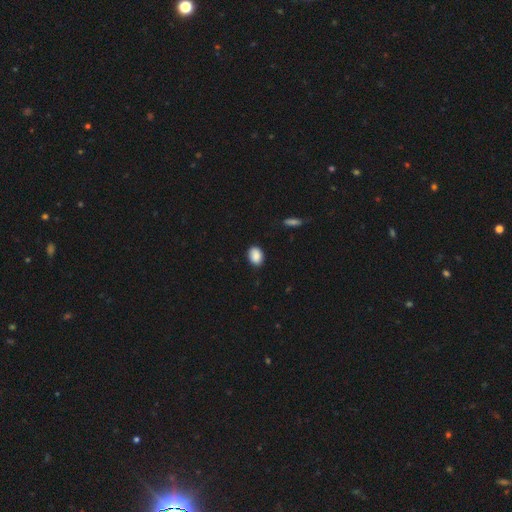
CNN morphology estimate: A smooth galaxy with no disk features (89%) that is in between round and cigar-shaped (71%).

Vote fractions:
- Smooth or featured? smooth: 89% / star or artifact: 7% / featured or disk: 4%
- How rounded? in between: 71% / round: 28% / cigar-shaped: 1%
- Merging? none: 86% / minor disturbance: 11% / major disturbance: 2% / merger: 1%